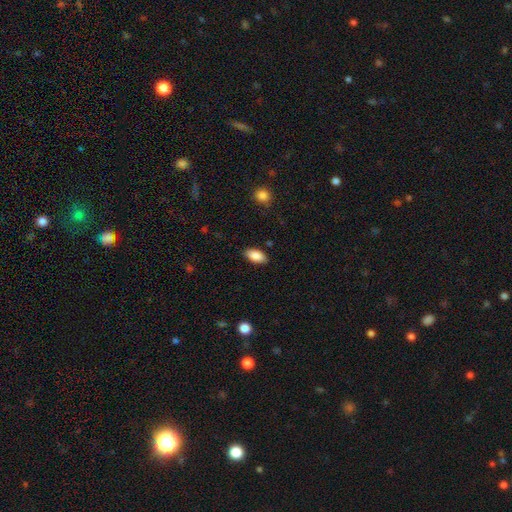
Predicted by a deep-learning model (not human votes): Morphology: type=smooth (87%); roundness=in between (91%); merging=none (86%).